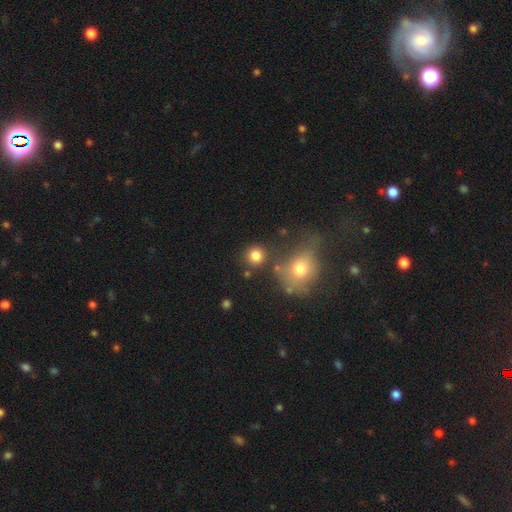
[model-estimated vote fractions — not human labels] Smooth or featured? smooth (82%)
How rounded? round (91%)
Merging? none (79%)